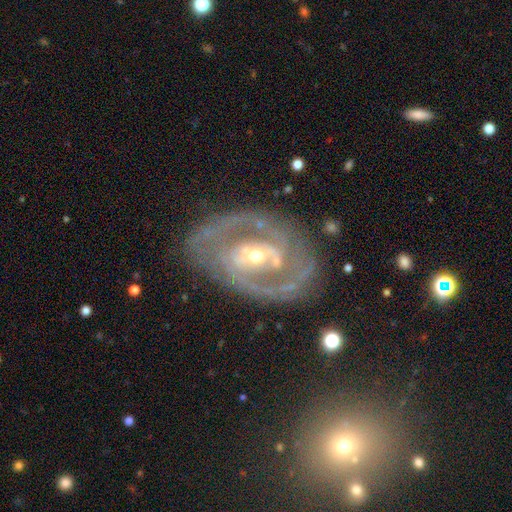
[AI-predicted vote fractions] Q: Smooth or featured?
A: featured or disk (88%); runner-up: smooth (7%)
Q: Edge-on disk?
A: no (96%); runner-up: yes (4%)
Q: Bar?
A: weak (39%); runner-up: strong (33%)
Q: Spiral arms?
A: yes (89%); runner-up: no (11%)
Q: Spiral winding?
A: tight (45%); runner-up: medium (42%)
Q: Spiral arm count?
A: 2 (73%); runner-up: can't tell (11%)
Q: Bulge size?
A: moderate (55%); runner-up: small (39%)
Q: Merging?
A: none (72%); runner-up: minor disturbance (16%)